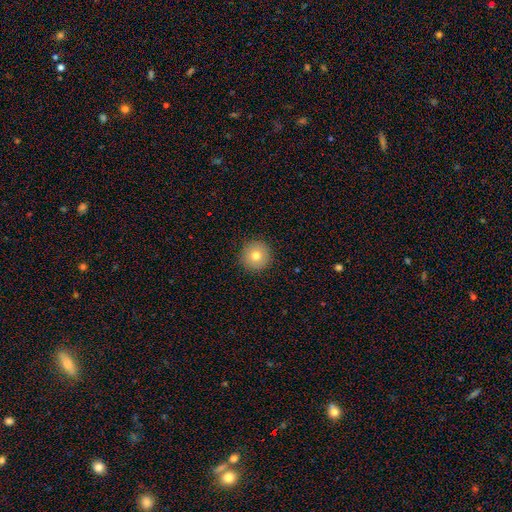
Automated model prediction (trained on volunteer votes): This is likely a smooth galaxy (76%). How rounded: clearly round (96%). Merging: clearly none (92%).